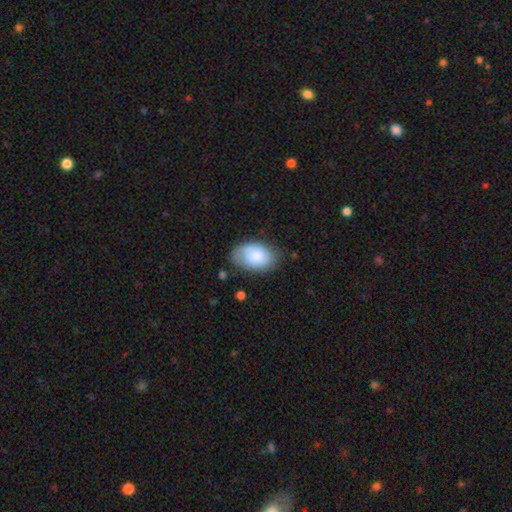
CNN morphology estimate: This appears to be a smooth galaxy with no disk features (72%) that is in between round and cigar-shaped (89%). Merging: none (66%).